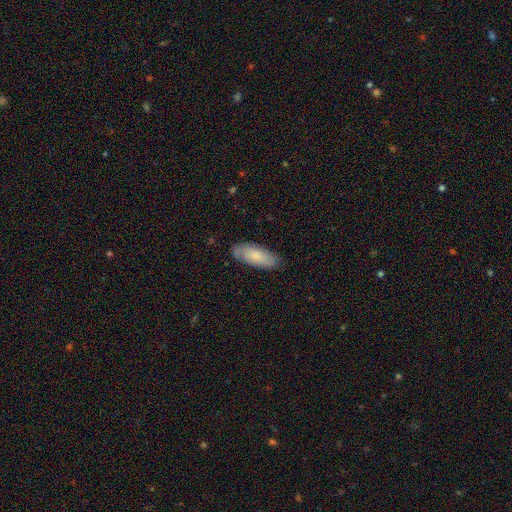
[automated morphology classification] Smooth or featured? smooth (77%)
How rounded? in between (76%)
Merging? none (80%)